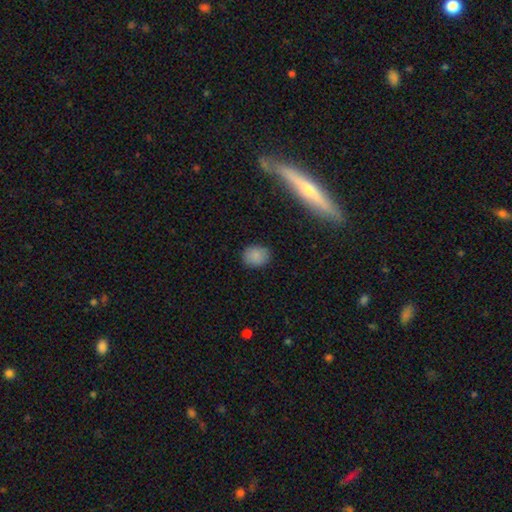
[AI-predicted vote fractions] This appears to be a smooth galaxy with no disk features (85%) that is round (57%). Merging: none (85%).